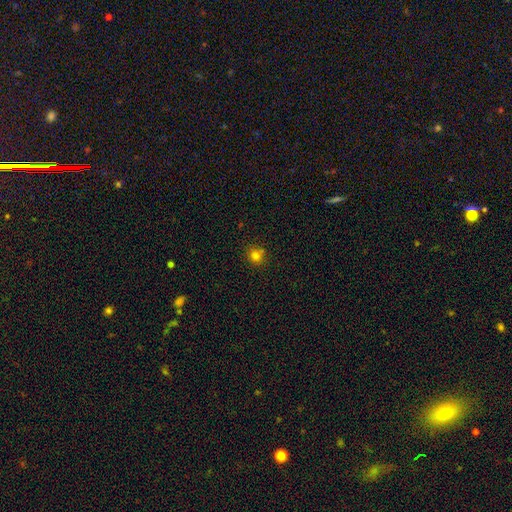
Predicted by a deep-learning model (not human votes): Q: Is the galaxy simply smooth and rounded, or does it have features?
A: smooth — 79%.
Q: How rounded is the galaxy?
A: round — 87%.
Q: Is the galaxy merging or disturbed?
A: none — 77%.